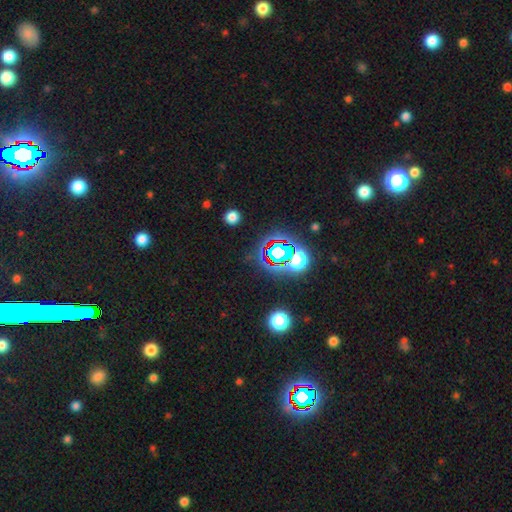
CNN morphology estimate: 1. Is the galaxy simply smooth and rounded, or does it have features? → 77% star or artifact, 14% smooth, 9% featured or disk.